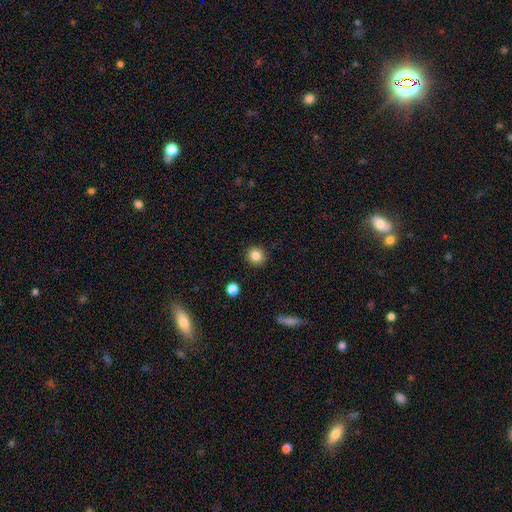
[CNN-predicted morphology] type=smooth (84%); roundness=round (89%); merging=none (91%).